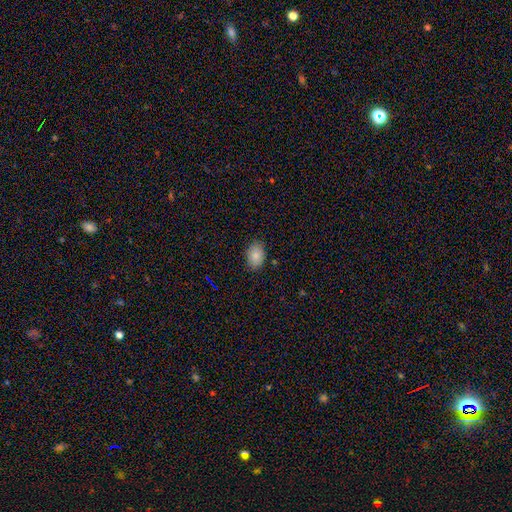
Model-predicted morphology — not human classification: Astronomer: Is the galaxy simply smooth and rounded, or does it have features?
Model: smooth — 84%.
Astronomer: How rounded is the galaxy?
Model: in between — 81%.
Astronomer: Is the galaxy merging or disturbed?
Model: none — 85%.